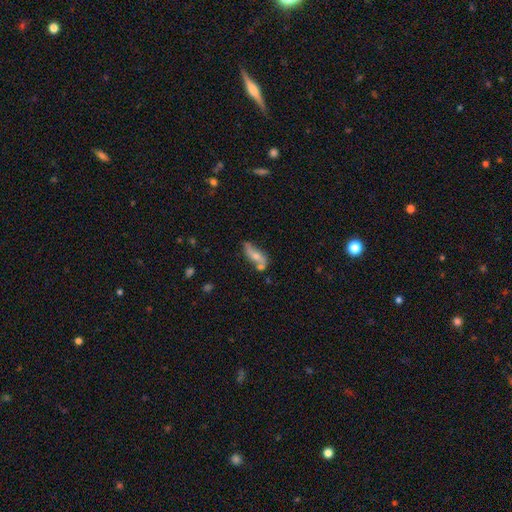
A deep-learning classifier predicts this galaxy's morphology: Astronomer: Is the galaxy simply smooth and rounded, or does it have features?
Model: smooth — 53% (runner-up: featured or disk, 39%).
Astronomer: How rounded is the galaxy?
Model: in between — 56% (runner-up: cigar-shaped, 41%).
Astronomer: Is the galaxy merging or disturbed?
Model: none — 45% (runner-up: minor disturbance, 24%).